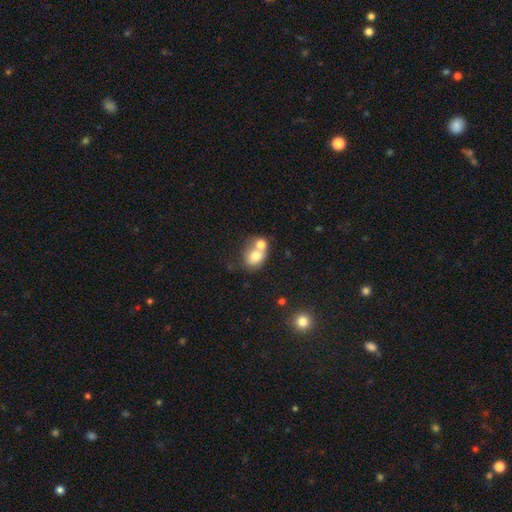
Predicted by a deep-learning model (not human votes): The model was most divided on "how rounded": round: 52%, in between: 47%, cigar-shaped: 1%. More confident: smooth or featured — smooth (71%); merging — merger (61%).